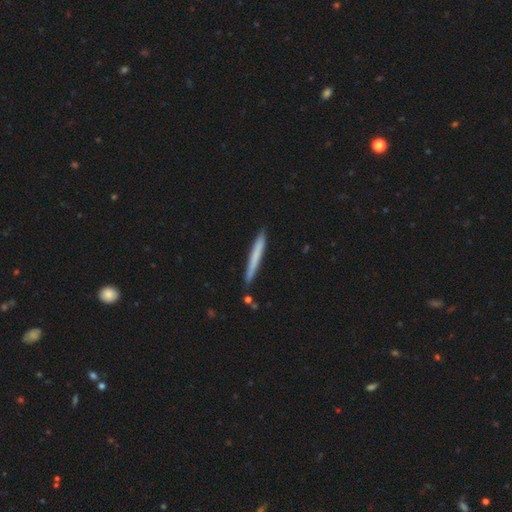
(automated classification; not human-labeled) smooth_or_featured: smooth (p=0.66) [alt: featured or disk p=0.29]
how_rounded: cigar-shaped (p=0.97) [alt: in between p=0.02]
merging: none (p=0.85) [alt: minor disturbance p=0.10]